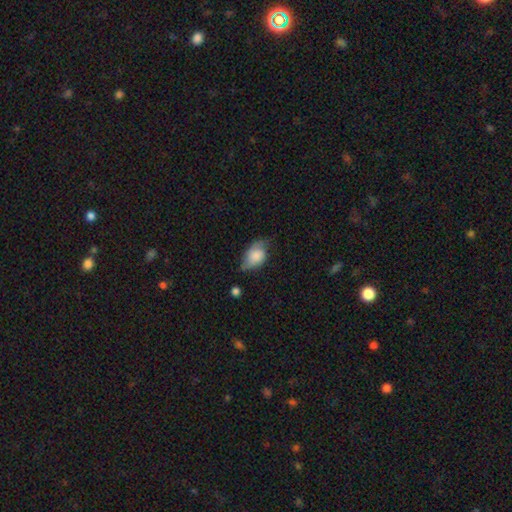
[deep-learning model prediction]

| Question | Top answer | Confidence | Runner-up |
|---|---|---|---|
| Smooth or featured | smooth | 68% | featured or disk (24%) |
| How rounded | in between | 85% | round (13%) |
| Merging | none | 42% | minor disturbance (41%) |